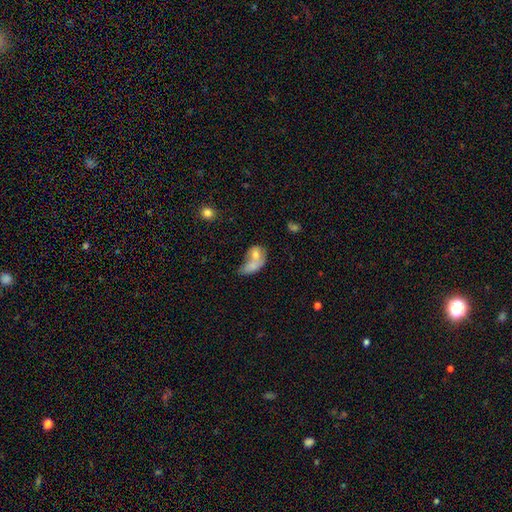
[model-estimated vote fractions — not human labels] smooth 48%, featured or disk 36%, star or artifact 16%. Down the decision tree: merging — merger (49%).